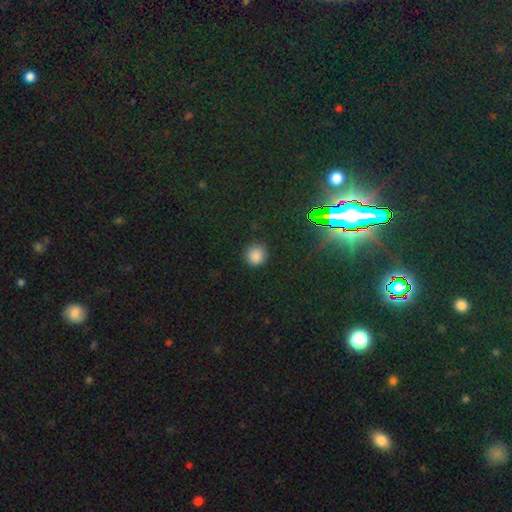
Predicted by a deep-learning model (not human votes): Smooth or featured?
  - smooth: 82% *
  - star or artifact: 14%
  - featured or disk: 4%
How rounded?
  - round: 93% *
  - in between: 6%
  - cigar-shaped: 1%
Merging?
  - none: 89% *
  - minor disturbance: 7%
  - major disturbance: 3%
  - merger: 1%